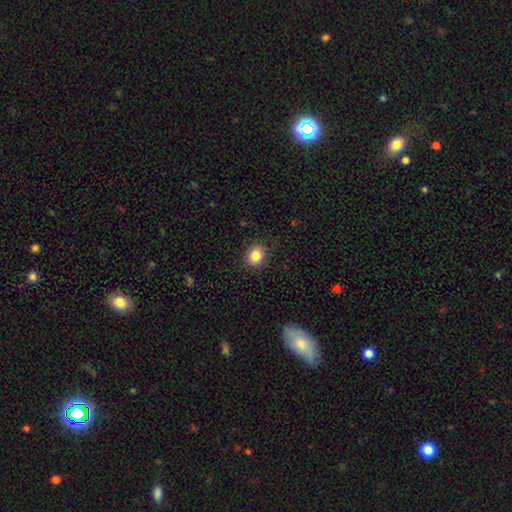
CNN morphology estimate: A smooth galaxy with no disk features (85%) that is round (73%). Merging: none (89%).